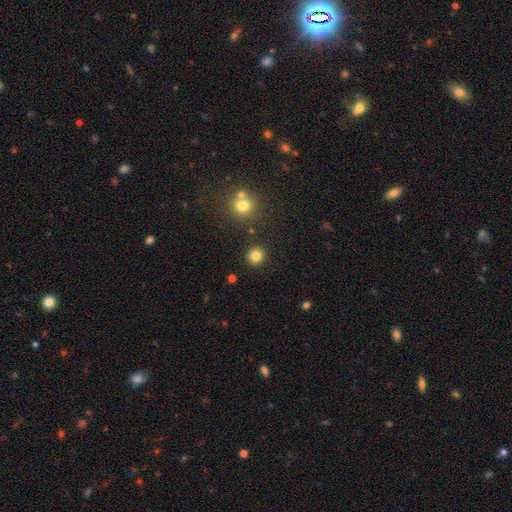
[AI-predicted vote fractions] A smooth galaxy with no disk features (83%) that is round (93%). Merging: none (89%).